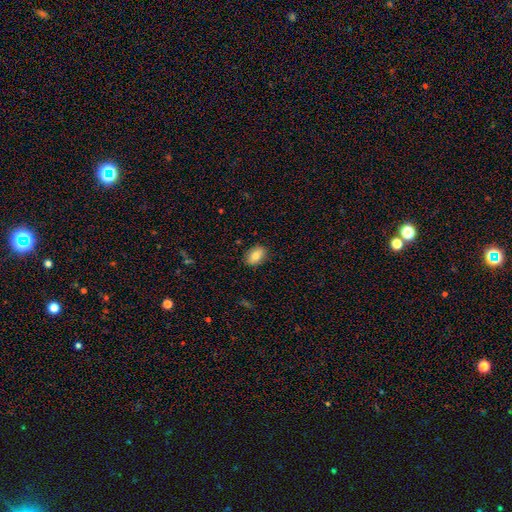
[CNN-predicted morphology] Smooth or featured?
  - smooth: 81% *
  - featured or disk: 12%
  - star or artifact: 8%
How rounded?
  - in between: 83% *
  - round: 15%
  - cigar-shaped: 2%
Merging?
  - none: 87% *
  - minor disturbance: 10%
  - major disturbance: 2%
  - merger: 1%